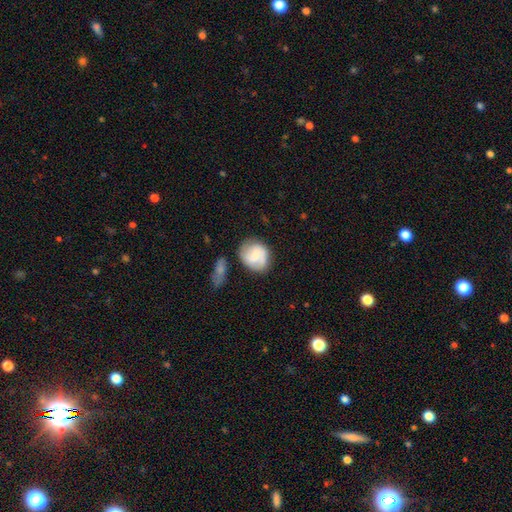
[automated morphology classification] type=smooth (47%); merging=none (68%).